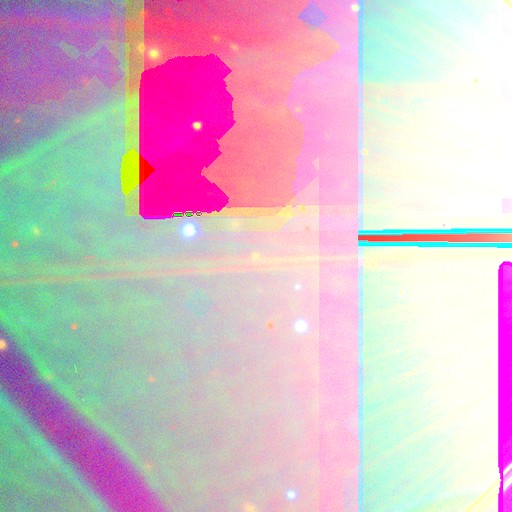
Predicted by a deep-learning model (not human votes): smooth_or_featured: star or artifact (p=0.83) [alt: smooth p=0.09]